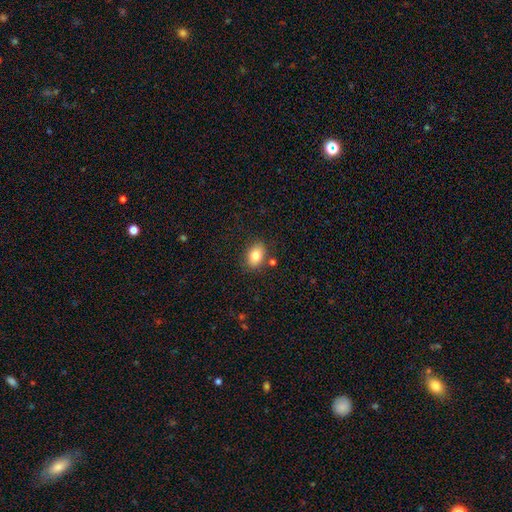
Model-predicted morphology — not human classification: Smooth or featured? smooth (81%)
How rounded? in between (78%)
Merging? none (81%)